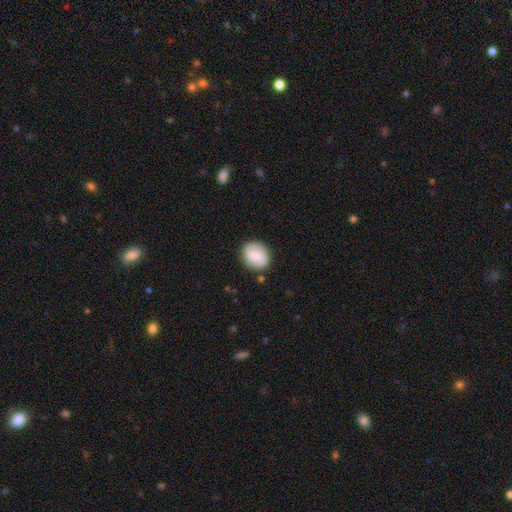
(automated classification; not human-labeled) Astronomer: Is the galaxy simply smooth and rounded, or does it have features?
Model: smooth — 56% (runner-up: featured or disk, 37%).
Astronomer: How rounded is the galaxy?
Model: round — 62%.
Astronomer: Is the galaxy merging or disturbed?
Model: none — 82%.